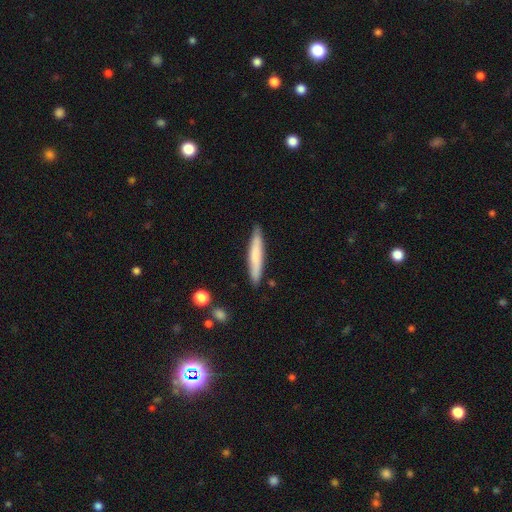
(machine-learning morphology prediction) Q: Smooth or featured?
A: smooth (70%); runner-up: featured or disk (24%)
Q: How rounded?
A: cigar-shaped (93%); runner-up: in between (6%)
Q: Merging?
A: none (86%); runner-up: minor disturbance (10%)